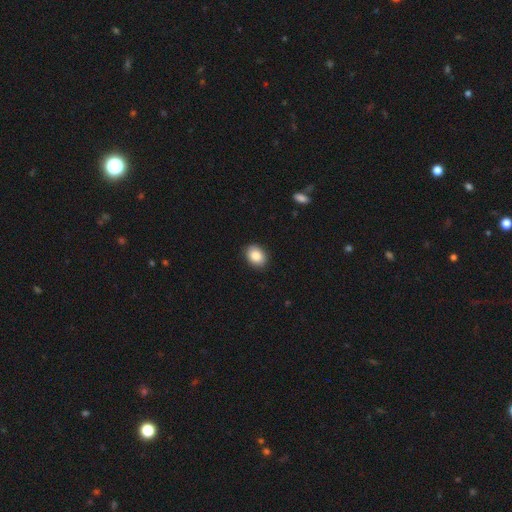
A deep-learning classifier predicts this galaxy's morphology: smooth 87%, star or artifact 8%, featured or disk 6%. Down the decision tree: how rounded — in between (67%); merging — none (89%).